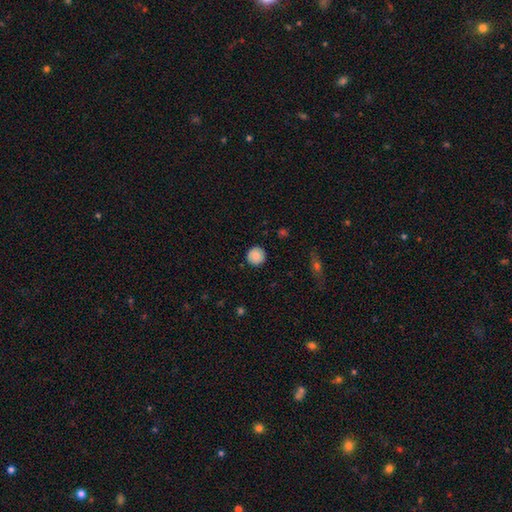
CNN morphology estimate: Smooth or featured: smooth — 86% (star or artifact — 8%)
How rounded: round — 95% (in between — 4%)
Merging: none — 90% (minor disturbance — 7%)